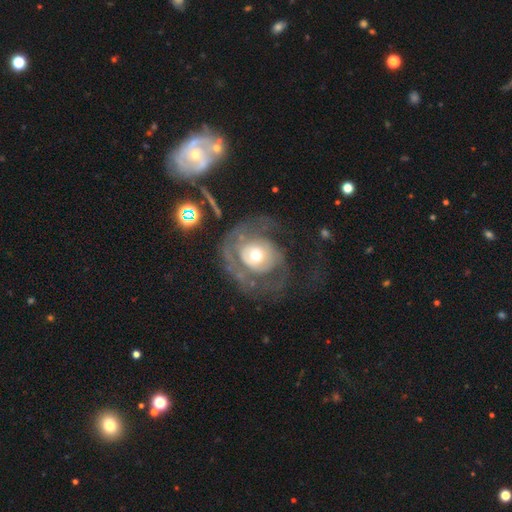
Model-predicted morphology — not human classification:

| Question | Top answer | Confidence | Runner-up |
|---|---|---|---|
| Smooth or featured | featured or disk | 63% | smooth (30%) |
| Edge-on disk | no | 96% | yes (4%) |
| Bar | no | 82% | weak (14%) |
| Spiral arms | yes | 52% | no (48%) |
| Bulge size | moderate | 58% | small (27%) |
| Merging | none | 40% | major disturbance (39%) |